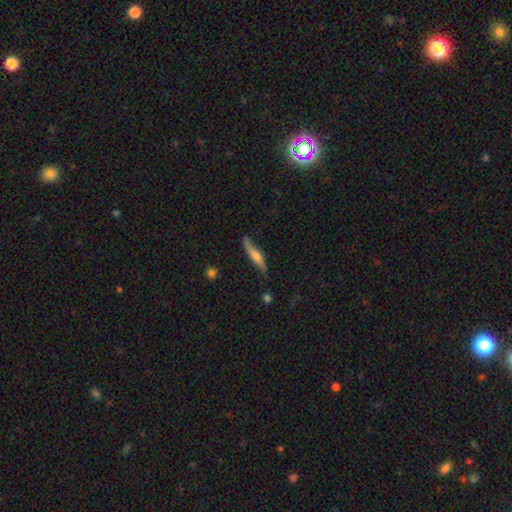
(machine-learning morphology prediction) featured or disk 48%, smooth 45%, star or artifact 6%. Down the decision tree: merging — none (66%).